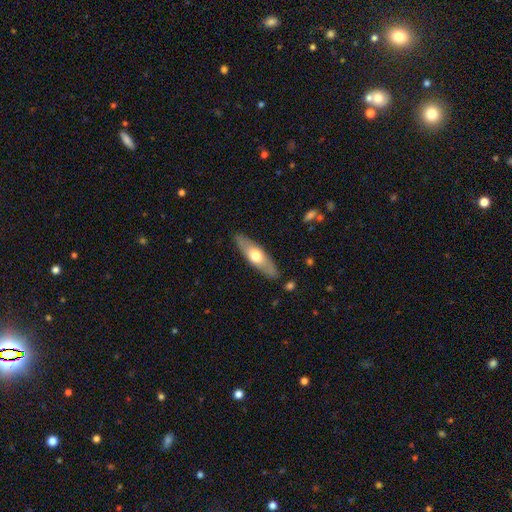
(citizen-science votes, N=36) smooth_or_featured: smooth (p=0.56) [alt: featured or disk p=0.42]
how_rounded: cigar-shaped (p=0.55) [alt: in between p=0.45]
merging: none (p=0.89) [alt: minor disturbance p=0.11]